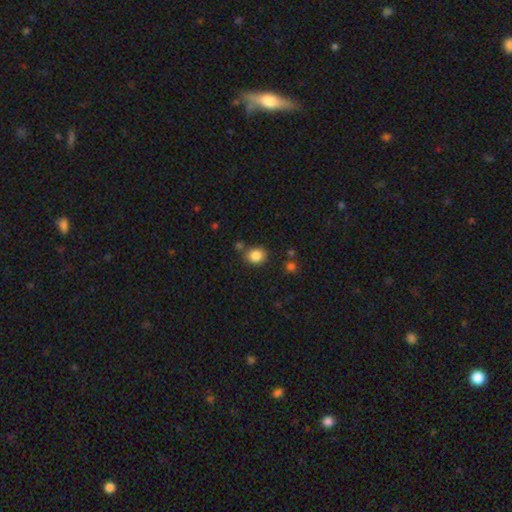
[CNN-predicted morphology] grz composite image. It shows a smooth galaxy with no disk features (85%) that is round (70%). Merging: none (77%).